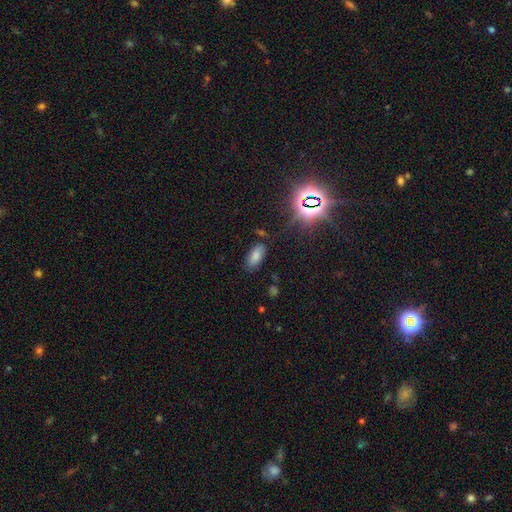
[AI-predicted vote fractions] This appears to be a smooth galaxy with no disk features (74%) that is in between round and cigar-shaped (92%). Merging: none (80%).